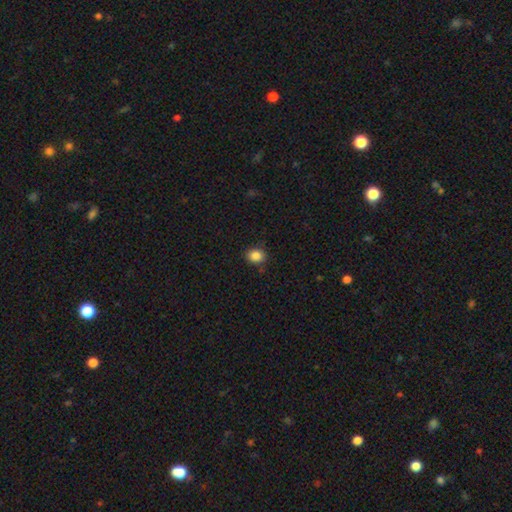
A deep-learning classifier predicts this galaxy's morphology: smooth_or_featured: smooth (p=0.86) [alt: star or artifact p=0.10]
how_rounded: round (p=0.60) [alt: in between p=0.39]
merging: none (p=0.86) [alt: minor disturbance p=0.10]